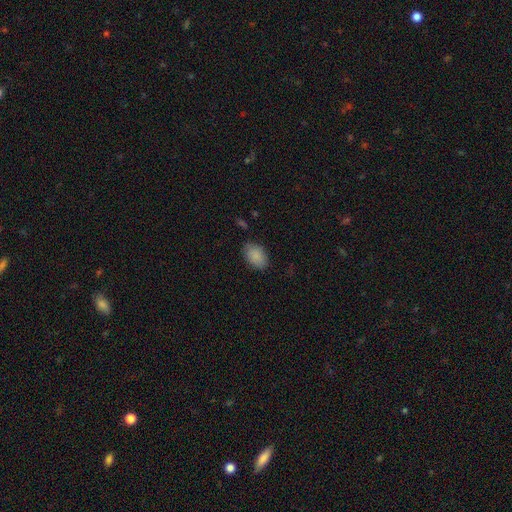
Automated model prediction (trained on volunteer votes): smooth-or-featured: smooth: 88% | star or artifact: 7% | featured or disk: 5%
  how-rounded: in between: 88% | round: 11% | cigar-shaped: 1%
  merging: none: 82% | minor disturbance: 14% | major disturbance: 3% | merger: 1%